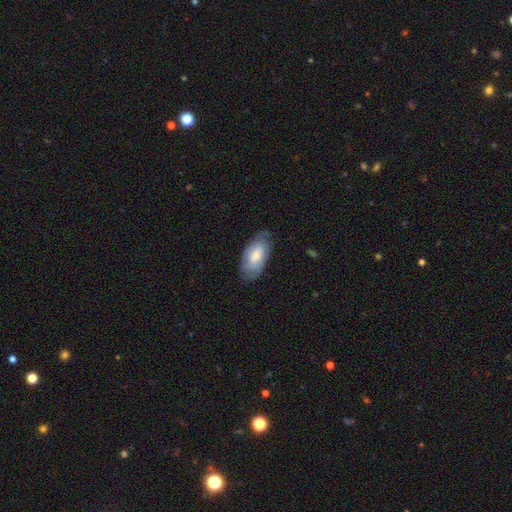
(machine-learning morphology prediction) smooth 59%, featured or disk 35%, star or artifact 6%. Down the decision tree: how rounded — in between (92%); merging — none (68%).